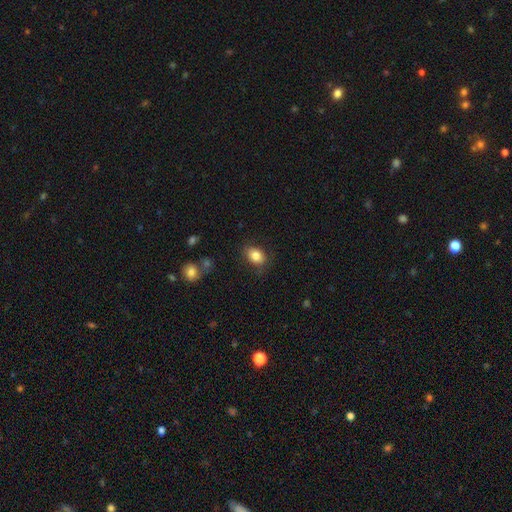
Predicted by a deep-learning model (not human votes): This appears to be a smooth galaxy with no disk features (83%) that is in between round and cigar-shaped (75%). Merging: none (79%).